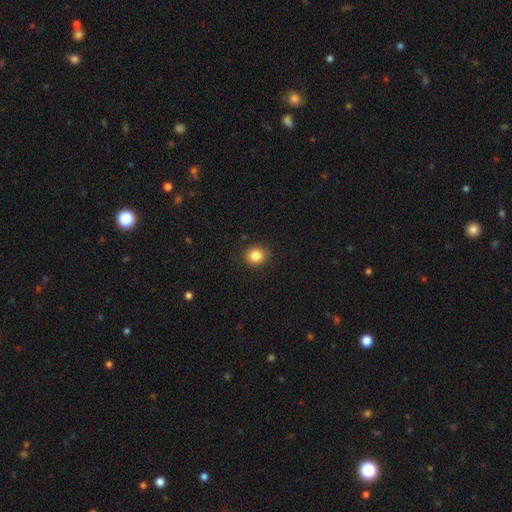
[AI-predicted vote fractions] smooth 85%, star or artifact 11%, featured or disk 5%. Down the decision tree: how rounded — round (81%); merging — none (89%).